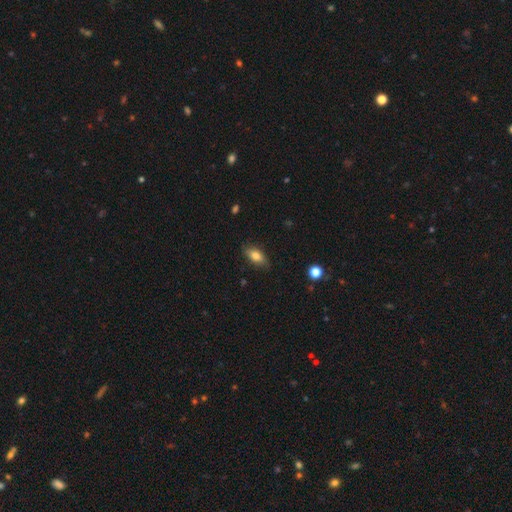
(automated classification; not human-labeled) The model was most divided on "smooth or featured": smooth: 79%, featured or disk: 13%, star or artifact: 8%. More confident: how rounded — in between (84%); merging — none (81%).